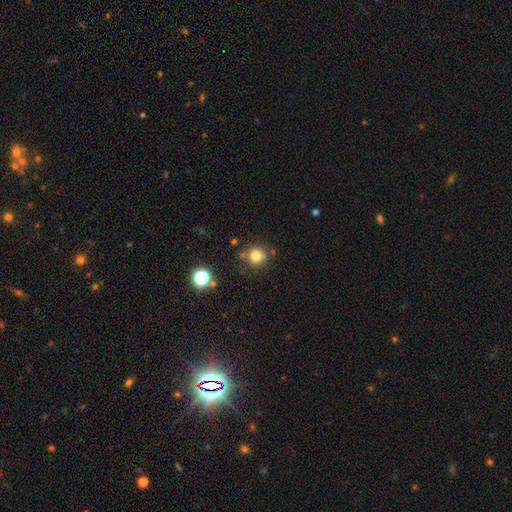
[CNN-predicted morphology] This appears to be a smooth galaxy with no disk features (79%) that is round (91%). Merging: none (77%).